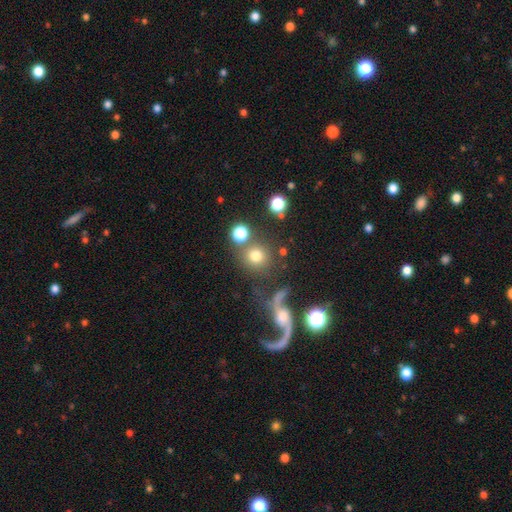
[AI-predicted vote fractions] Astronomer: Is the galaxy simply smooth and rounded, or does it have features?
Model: smooth — 73%.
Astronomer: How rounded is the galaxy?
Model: round — 91%.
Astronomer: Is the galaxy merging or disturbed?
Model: none — 69%.